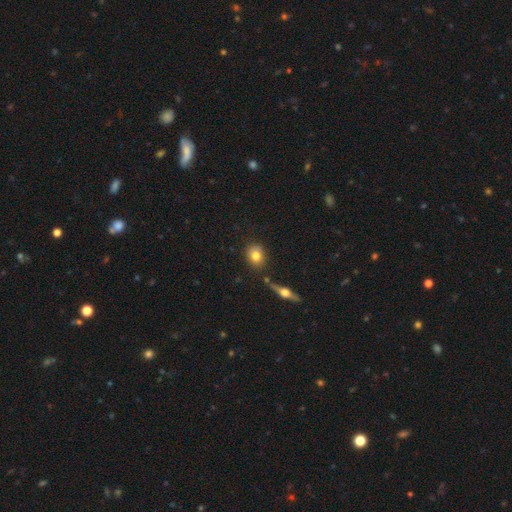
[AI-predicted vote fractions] A smooth galaxy with no disk features (76%) that is round (55%). Merging: none (74%).